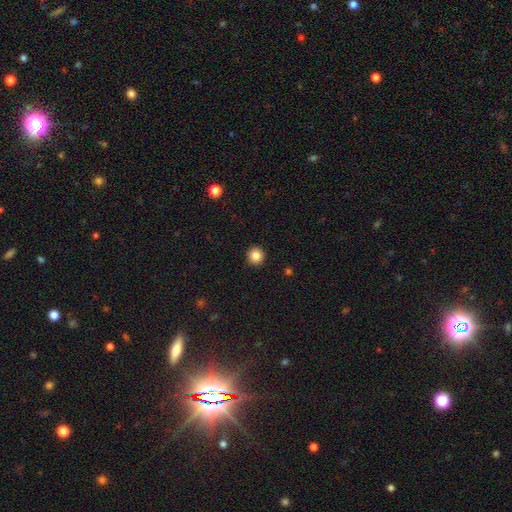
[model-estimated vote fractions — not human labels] This is clearly a smooth galaxy (85%). How rounded: clearly round (94%). Merging: clearly none (93%).